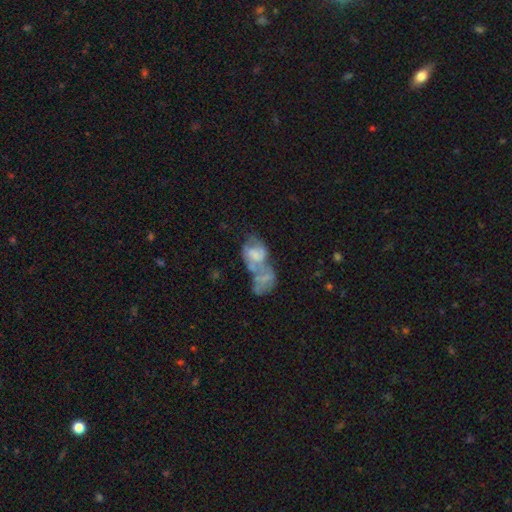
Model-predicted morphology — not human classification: Smooth or featured? featured or disk (51%)
Edge-on disk? no (96%)
Merging? merger (64%)